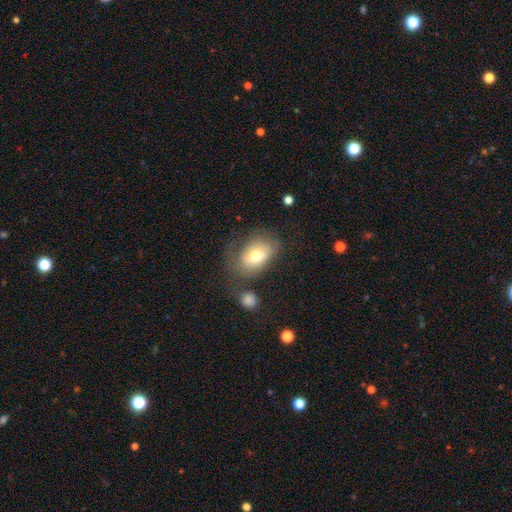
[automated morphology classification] A smooth galaxy with no disk features (70%) that is in between round and cigar-shaped (84%).

Vote fractions:
- Smooth or featured? smooth: 70% / featured or disk: 22% / star or artifact: 8%
- How rounded? in between: 84% / round: 15% / cigar-shaped: 1%
- Merging? none: 49% / minor disturbance: 27% / major disturbance: 17% / merger: 7%